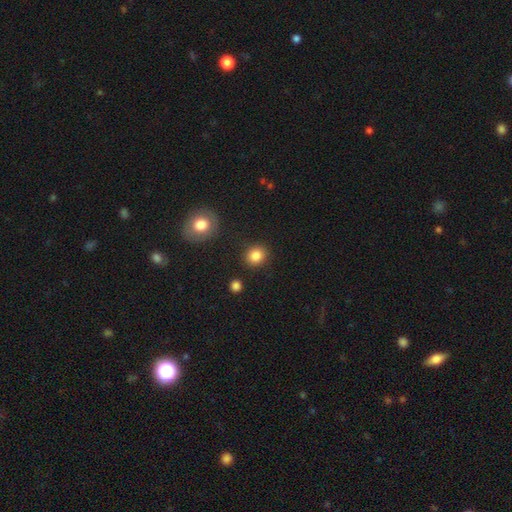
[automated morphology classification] Smooth or featured? Predicted: smooth (p=0.85). How rounded? Predicted: round (p=0.79). Merging? Predicted: none (p=0.88).